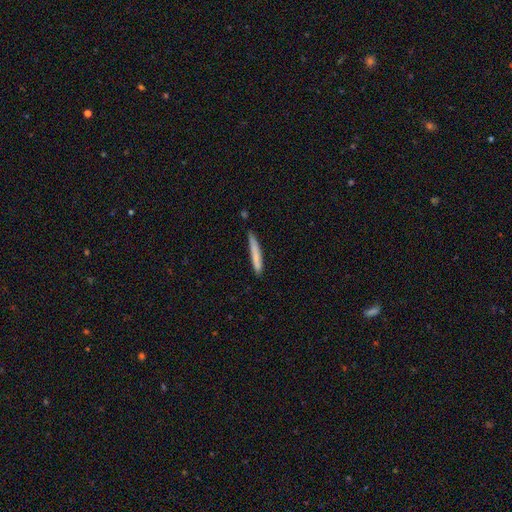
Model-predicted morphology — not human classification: Smooth or featured? Predicted: smooth (p=0.72). How rounded? Predicted: cigar-shaped (p=0.95). Merging? Predicted: none (p=0.79).